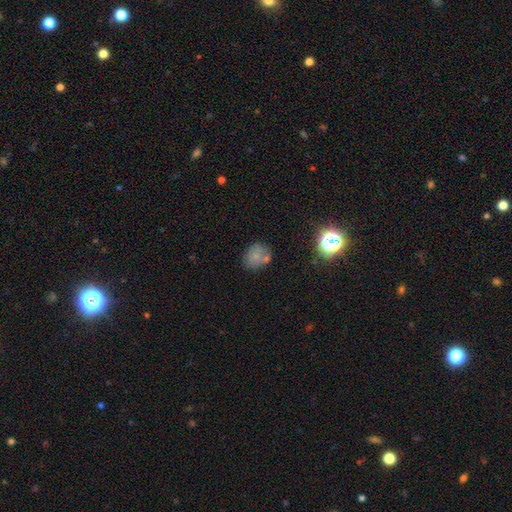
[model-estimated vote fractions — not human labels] The model was most divided on "merging": none: 56%, minor disturbance: 19%, merger: 18%, major disturbance: 7%. More confident: smooth or featured — smooth (69%); how rounded — round (69%).